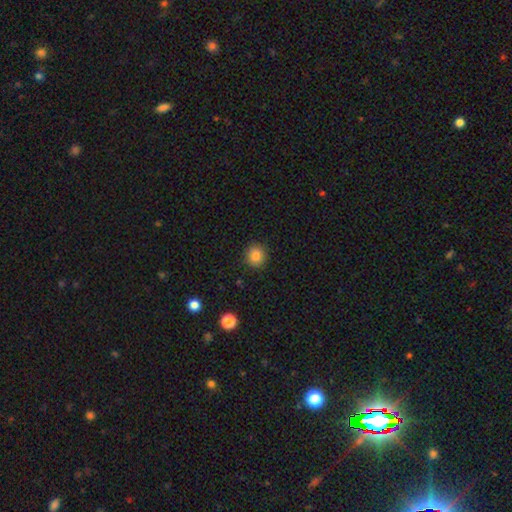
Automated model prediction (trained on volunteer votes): Smooth or featured: smooth — 85% (star or artifact — 10%)
How rounded: round — 87% (in between — 12%)
Merging: none — 89% (minor disturbance — 8%)